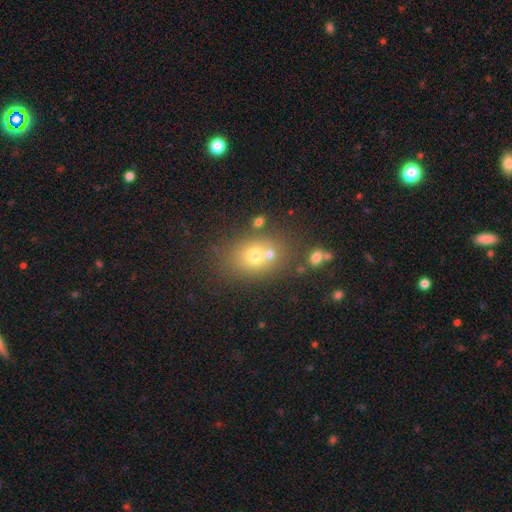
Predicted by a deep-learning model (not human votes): A smooth galaxy with no disk features (67%) that is in between round and cigar-shaped (52%).

Vote fractions:
- Smooth or featured? smooth: 67% / featured or disk: 17% / star or artifact: 16%
- How rounded? in between: 52% / round: 47% / cigar-shaped: 1%
- Merging? none: 58% / merger: 26% / minor disturbance: 11% / major disturbance: 5%